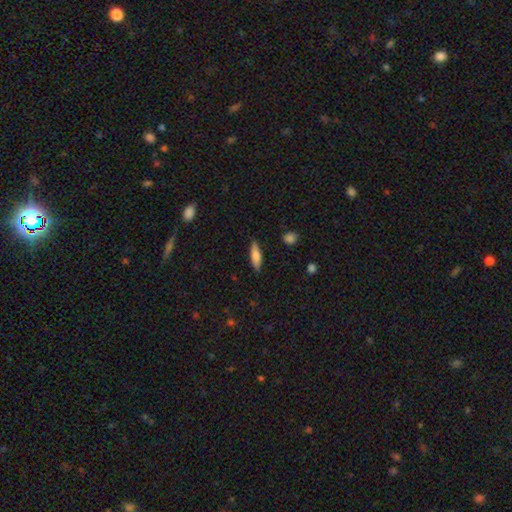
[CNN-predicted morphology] Smooth or featured?
  - smooth: 70% *
  - featured or disk: 23%
  - star or artifact: 6%
How rounded?
  - cigar-shaped: 58% *
  - in between: 40%
  - round: 2%
Merging?
  - none: 88% *
  - minor disturbance: 9%
  - major disturbance: 2%
  - merger: 1%